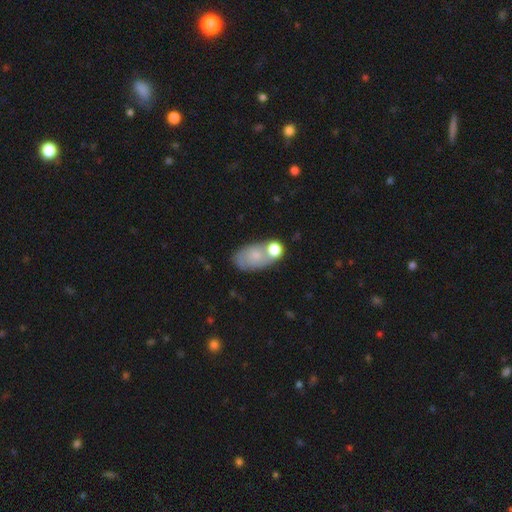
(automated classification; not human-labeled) smooth 53%, featured or disk 37%, star or artifact 10%. Down the decision tree: how rounded — in between (83%); merging — none (42%).